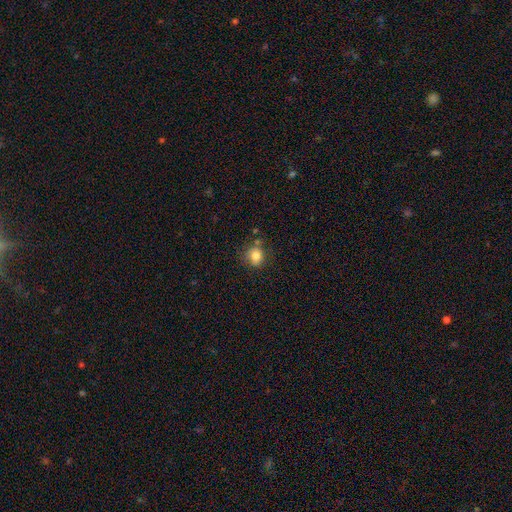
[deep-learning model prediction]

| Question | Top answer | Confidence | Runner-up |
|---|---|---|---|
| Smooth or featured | smooth | 81% | star or artifact (11%) |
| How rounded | round | 78% | in between (21%) |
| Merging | none | 70% | minor disturbance (18%) |